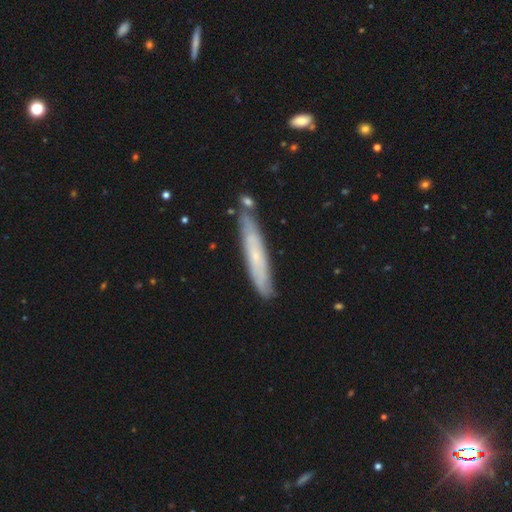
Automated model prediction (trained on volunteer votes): Morphology: type=featured or disk (51%); edge-on=yes (69%); merging=none (78%).